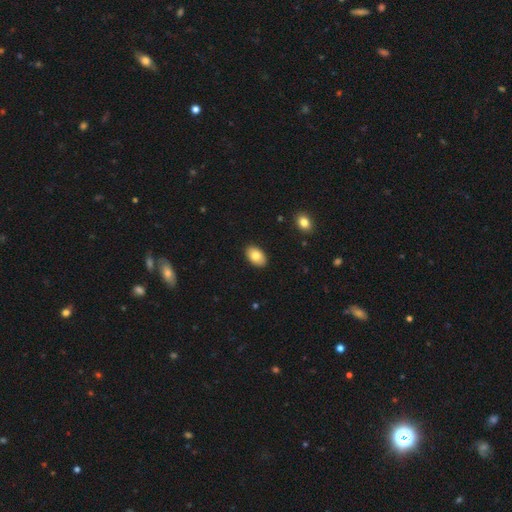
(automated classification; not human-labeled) Smooth or featured?
  - smooth: 82% *
  - featured or disk: 11%
  - star or artifact: 7%
How rounded?
  - in between: 93% *
  - round: 6%
  - cigar-shaped: 1%
Merging?
  - none: 90% *
  - minor disturbance: 7%
  - major disturbance: 2%
  - merger: 1%